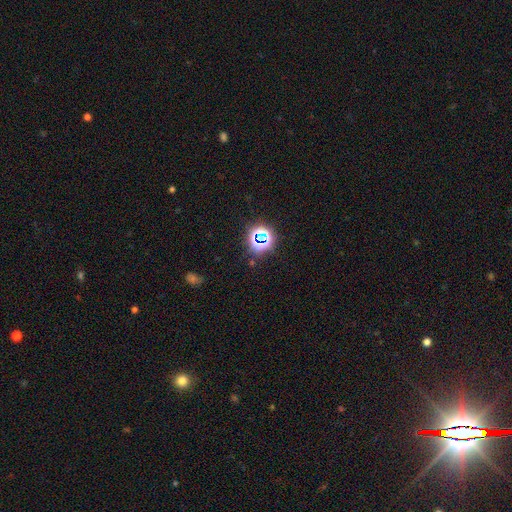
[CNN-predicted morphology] A star or artifact, not a galaxy (74%).